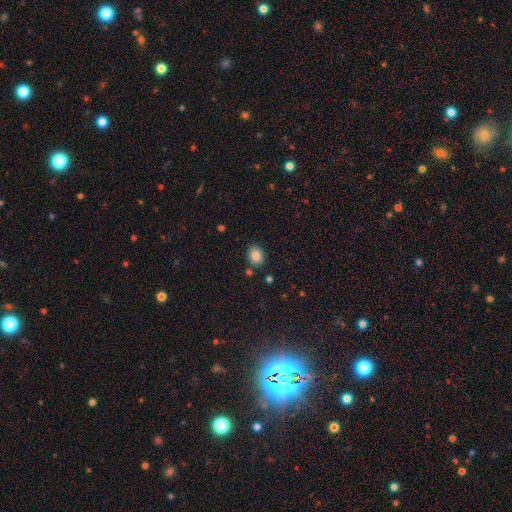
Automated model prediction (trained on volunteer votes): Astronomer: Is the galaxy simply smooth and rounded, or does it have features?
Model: smooth — 85%.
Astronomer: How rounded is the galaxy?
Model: in between — 60% (runner-up: round, 39%).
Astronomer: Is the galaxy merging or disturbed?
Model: none — 83%.